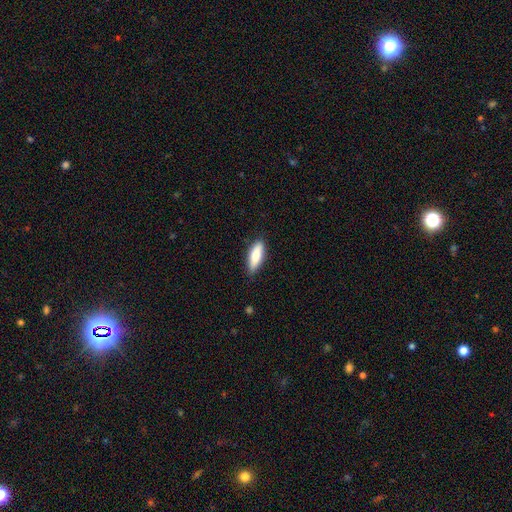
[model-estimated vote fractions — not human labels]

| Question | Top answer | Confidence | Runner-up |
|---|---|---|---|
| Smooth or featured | smooth | 78% | featured or disk (17%) |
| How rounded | in between | 60% | cigar-shaped (38%) |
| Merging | none | 84% | minor disturbance (12%) |